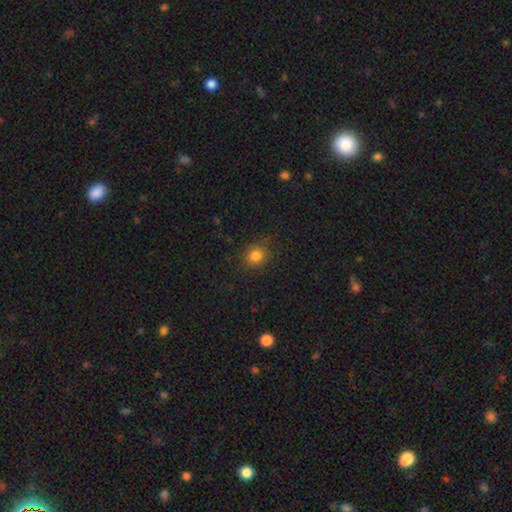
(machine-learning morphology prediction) smooth 82%, star or artifact 13%, featured or disk 5%. Down the decision tree: how rounded — round (76%); merging — none (84%).